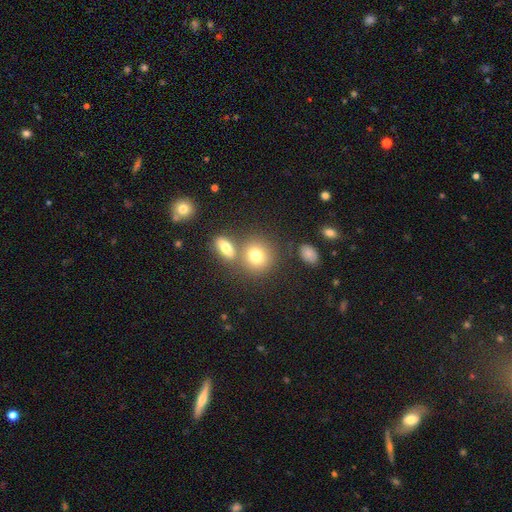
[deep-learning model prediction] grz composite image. It shows a smooth galaxy with no disk features (76%) that is round (79%). Merging: none (62%).